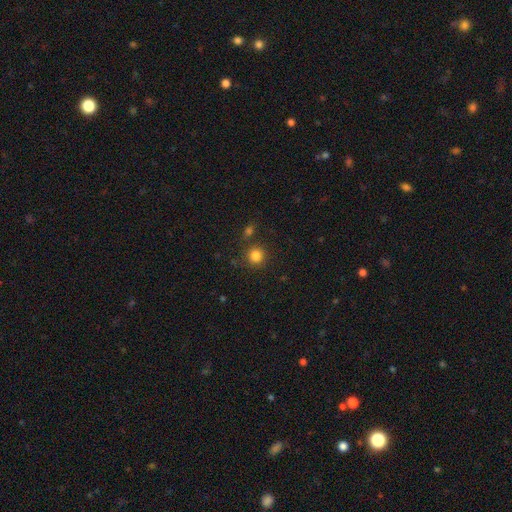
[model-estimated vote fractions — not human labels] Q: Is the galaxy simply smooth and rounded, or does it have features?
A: smooth — 82%.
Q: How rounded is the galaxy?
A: round — 91%.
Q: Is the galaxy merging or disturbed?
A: none — 81%.